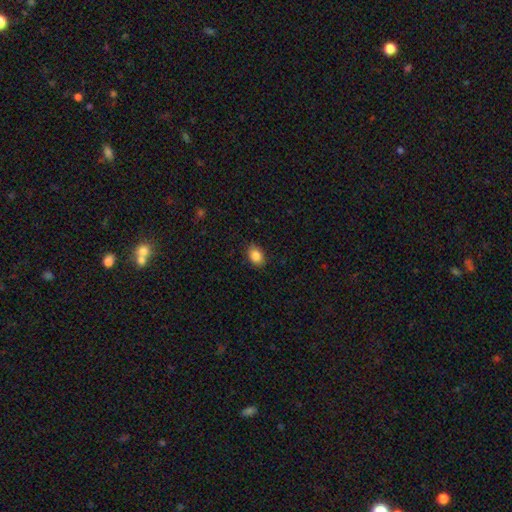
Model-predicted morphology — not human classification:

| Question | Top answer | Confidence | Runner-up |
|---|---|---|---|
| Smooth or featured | smooth | 87% | star or artifact (9%) |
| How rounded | in between | 73% | round (26%) |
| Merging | none | 86% | minor disturbance (11%) |